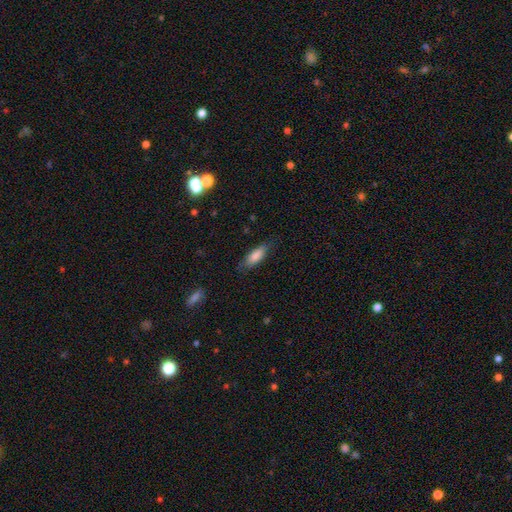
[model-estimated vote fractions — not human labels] Smooth or featured?
  - smooth: 81% *
  - featured or disk: 13%
  - star or artifact: 6%
How rounded?
  - in between: 61% *
  - cigar-shaped: 37%
  - round: 2%
Merging?
  - none: 76% *
  - minor disturbance: 18%
  - major disturbance: 5%
  - merger: 1%